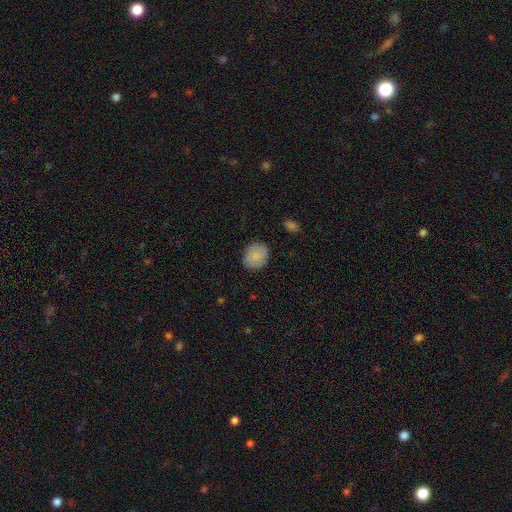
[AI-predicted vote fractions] smooth 86%, featured or disk 7%, star or artifact 7%. Down the decision tree: how rounded — round (70%); merging — none (86%).